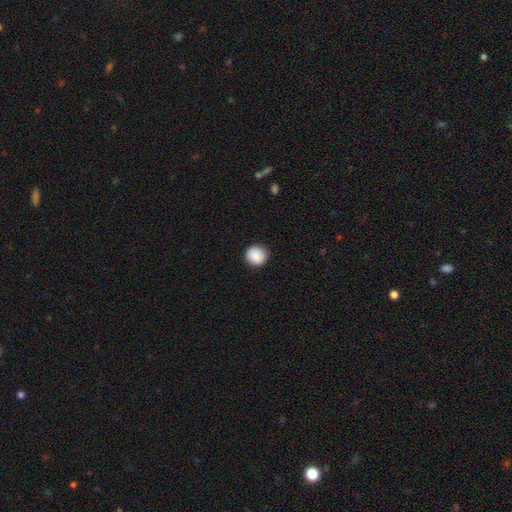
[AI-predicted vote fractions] A smooth galaxy with no disk features (88%) that is round (92%).

Vote fractions:
- Smooth or featured? smooth: 88% / star or artifact: 7% / featured or disk: 5%
- How rounded? round: 92% / in between: 7% / cigar-shaped: 1%
- Merging? none: 90% / minor disturbance: 8% / major disturbance: 2% / merger: 1%